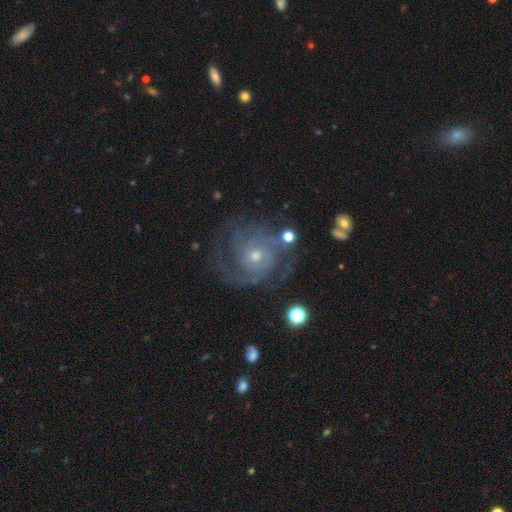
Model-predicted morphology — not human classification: This is clearly a featured or disk galaxy (85%). It is clearly not viewed edge-on (98%). Bar: likely no (75%). Spiral arm pattern: clearly yes (95%). Spiral arm count: marginally 2 (32%). Spiral winding: possibly tight (59%). Central bulge: possibly small (59%). Merging: likely none (71%).